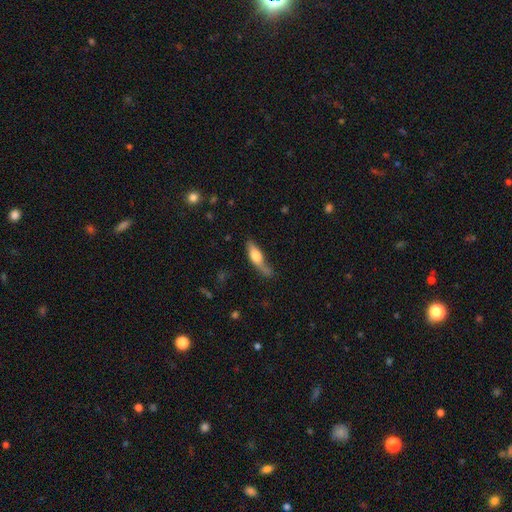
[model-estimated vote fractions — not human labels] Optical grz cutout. It shows a smooth galaxy with no disk features (58%) that is cigar-shaped (53%). Merging: none (48%).